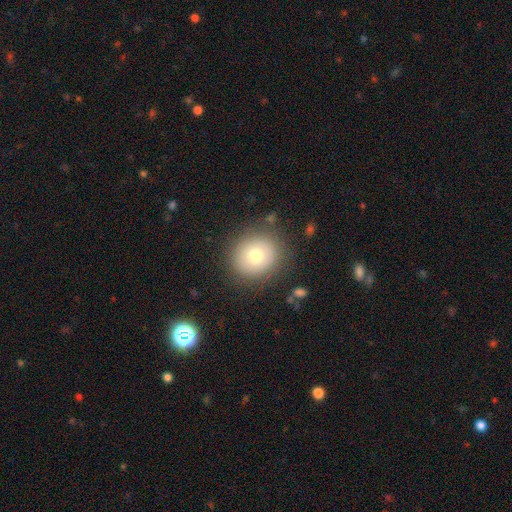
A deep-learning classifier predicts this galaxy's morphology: smooth_or_featured: smooth (p=0.73) [alt: featured or disk p=0.16]
how_rounded: round (p=0.86) [alt: in between p=0.13]
merging: none (p=0.85) [alt: minor disturbance p=0.10]